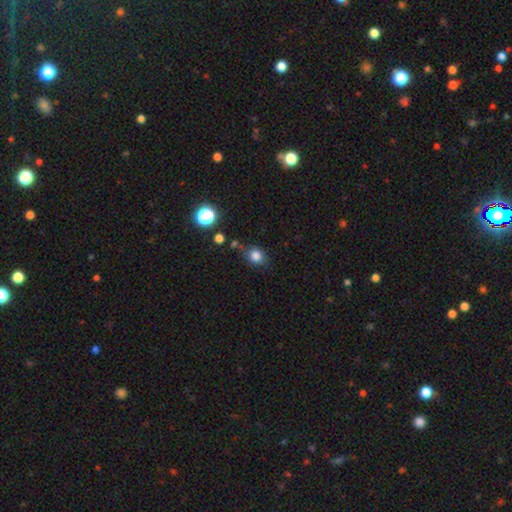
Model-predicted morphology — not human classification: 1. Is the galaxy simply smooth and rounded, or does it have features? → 81% smooth, 12% star or artifact, 6% featured or disk.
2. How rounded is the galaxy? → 65% round, 34% in between, 1% cigar-shaped.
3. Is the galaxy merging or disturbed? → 70% none, 19% minor disturbance, 5% merger, 5% major disturbance.